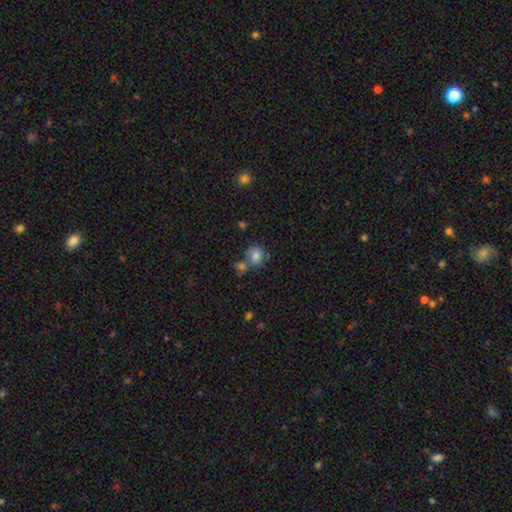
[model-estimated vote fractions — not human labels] Overall: smooth (78%). How rounded: round (71%). Merging: none (46%; merger 33%).